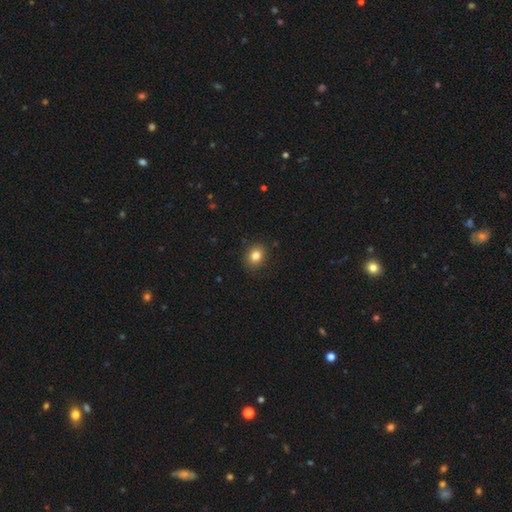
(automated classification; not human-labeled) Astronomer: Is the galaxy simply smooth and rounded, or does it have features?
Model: smooth — 83%.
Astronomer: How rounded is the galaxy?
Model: round — 65%.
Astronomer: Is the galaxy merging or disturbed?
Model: none — 88%.